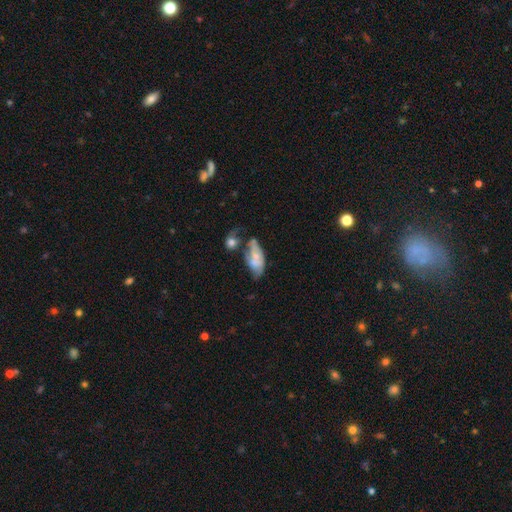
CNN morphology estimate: Smooth or featured: smooth — 49% (featured or disk — 44%)
Merging: merger — 28% (none — 25%)